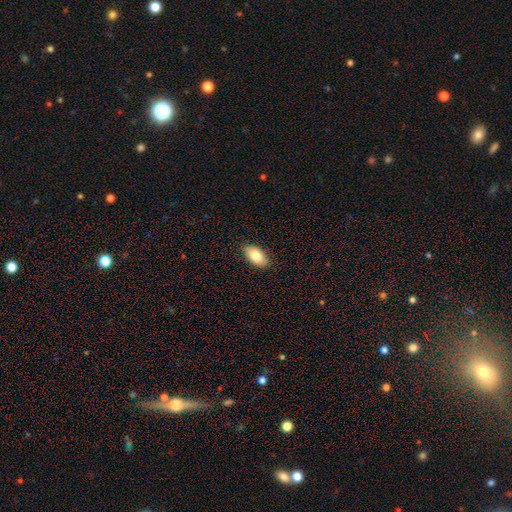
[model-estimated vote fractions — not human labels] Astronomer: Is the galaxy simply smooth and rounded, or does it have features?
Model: smooth — 81%.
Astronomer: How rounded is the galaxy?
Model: in between — 93%.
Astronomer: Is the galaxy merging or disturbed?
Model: none — 87%.